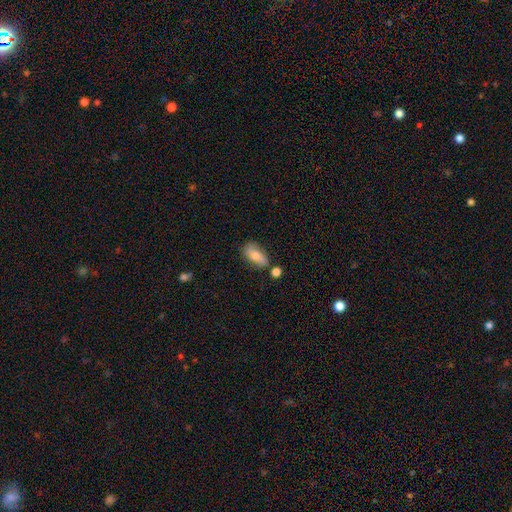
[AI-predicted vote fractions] Smooth or featured?
  - smooth: 73% *
  - featured or disk: 19%
  - star or artifact: 7%
How rounded?
  - in between: 86% *
  - cigar-shaped: 9%
  - round: 5%
Merging?
  - none: 63% *
  - minor disturbance: 22%
  - merger: 10%
  - major disturbance: 6%